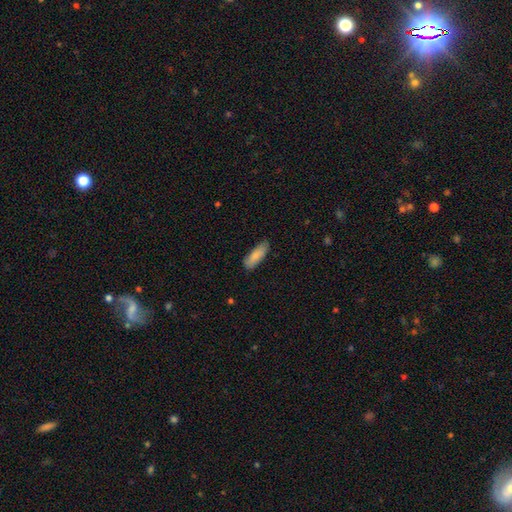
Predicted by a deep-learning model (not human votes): smooth 83%, featured or disk 11%, star or artifact 6%. Down the decision tree: how rounded — in between (60%); merging — none (78%).